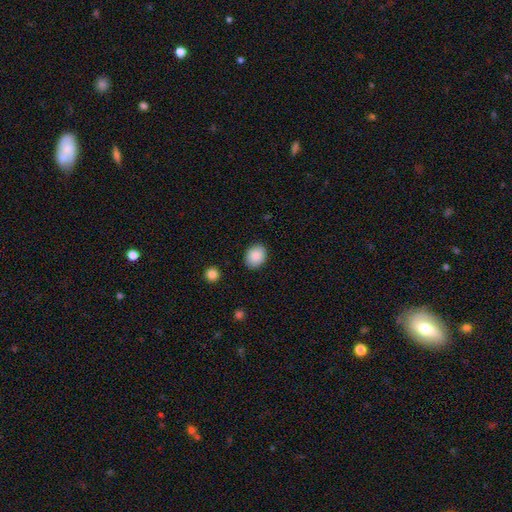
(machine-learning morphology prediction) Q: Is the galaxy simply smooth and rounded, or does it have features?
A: smooth — 89%.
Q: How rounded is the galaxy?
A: in between — 52%.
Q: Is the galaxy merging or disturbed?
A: none — 87%.